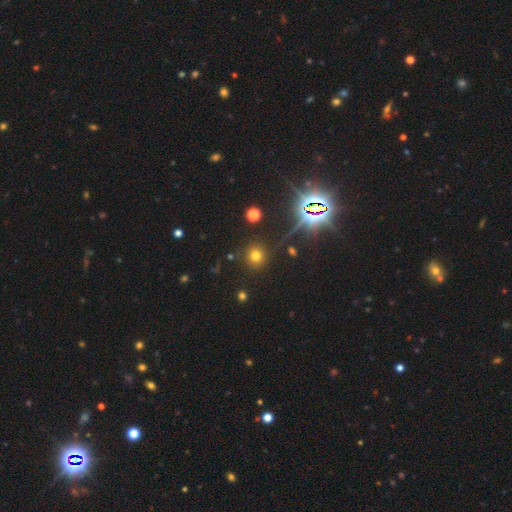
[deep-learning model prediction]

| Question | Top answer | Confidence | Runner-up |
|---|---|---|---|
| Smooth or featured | smooth | 67% | star or artifact (24%) |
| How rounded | round | 89% | in between (10%) |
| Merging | none | 86% | minor disturbance (8%) |